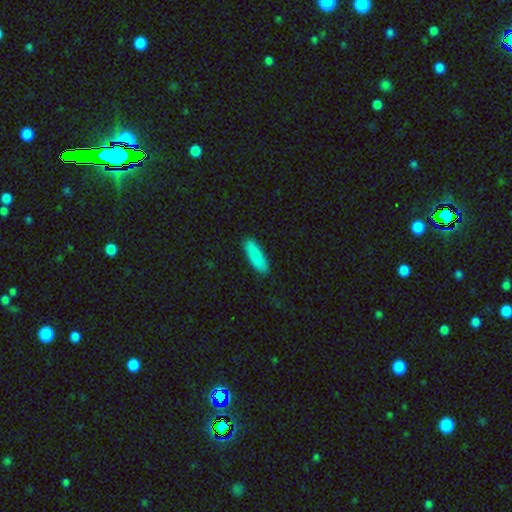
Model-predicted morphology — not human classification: type=smooth (88%); roundness=cigar-shaped (58%); merging=none (87%).